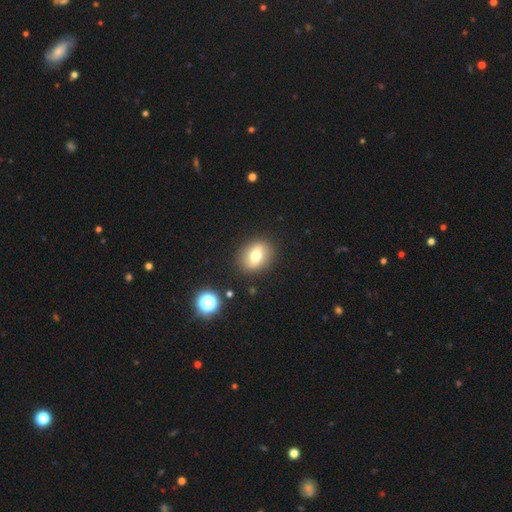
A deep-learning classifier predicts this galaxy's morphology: Q: Smooth or featured?
A: smooth (67%); runner-up: featured or disk (22%)
Q: How rounded?
A: in between (55%); runner-up: round (43%)
Q: Merging?
A: none (88%); runner-up: minor disturbance (8%)